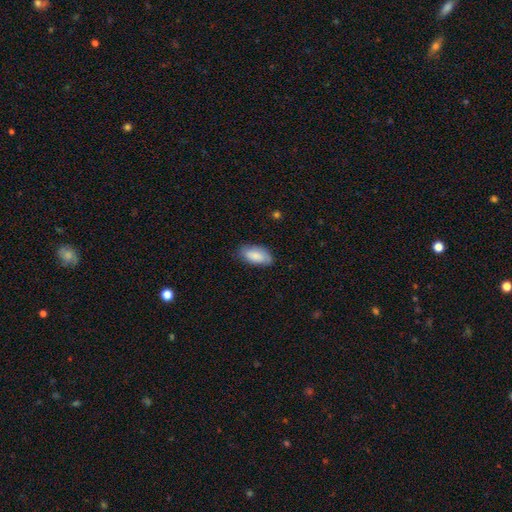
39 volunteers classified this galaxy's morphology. smooth 79%, featured or disk 18%, star or artifact 3%. Down the decision tree: how rounded — in between (94%); merging — none (76%).